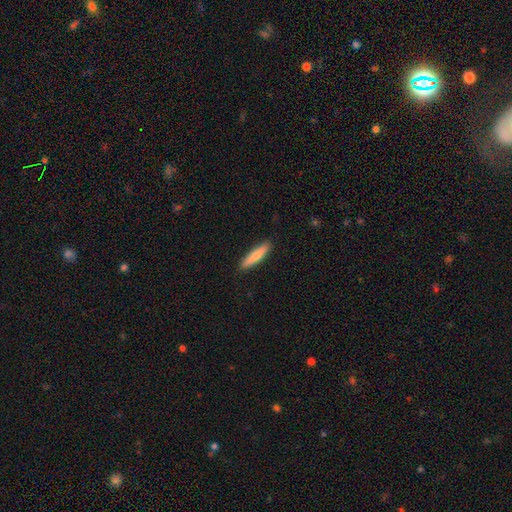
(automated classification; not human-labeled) Smooth or featured? Predicted: smooth (p=0.75). How rounded? Predicted: cigar-shaped (p=0.86). Merging? Predicted: none (p=0.90).